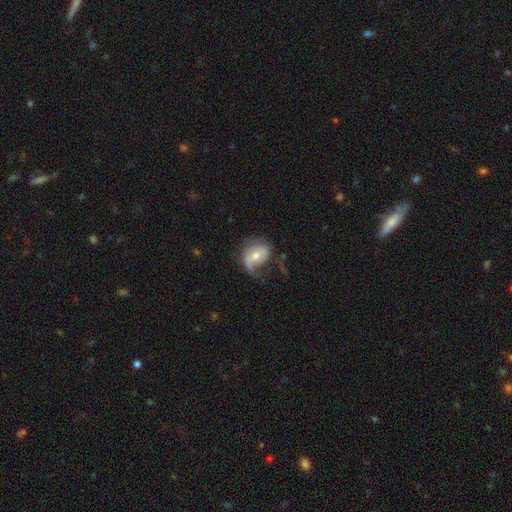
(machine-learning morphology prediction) This appears to be a featured or disk galaxy (56%) with no bar (48%), spiral arms (73%) and a moderate central bulge (61%). Merging: none (43%).